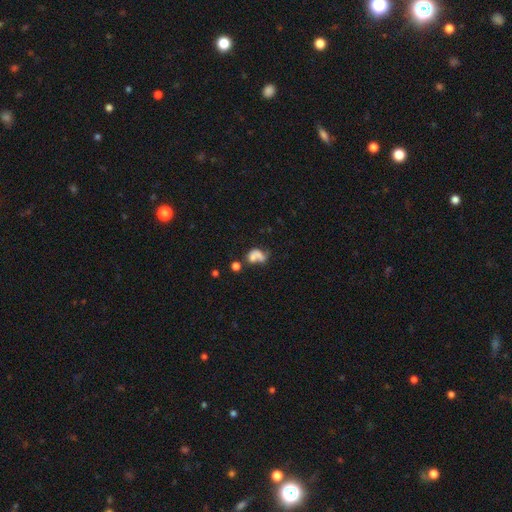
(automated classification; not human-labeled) Overall: smooth (51%; featured or disk 35%). How rounded: in between (65%; round 32%). Merging: merger (38%; none 24%).